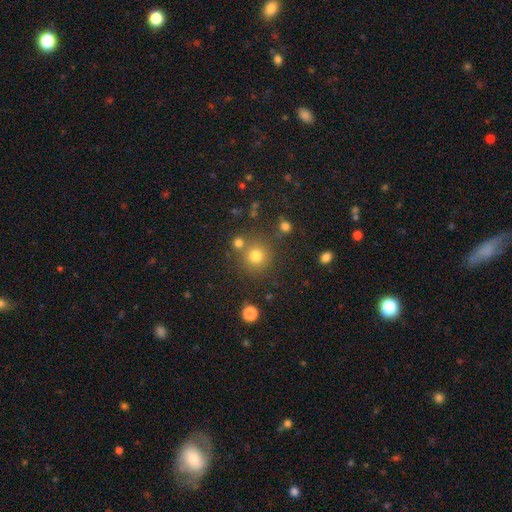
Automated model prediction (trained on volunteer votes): The model was most divided on "smooth or featured": smooth: 77%, star or artifact: 16%, featured or disk: 7%. More confident: how rounded — round (93%); merging — none (78%).